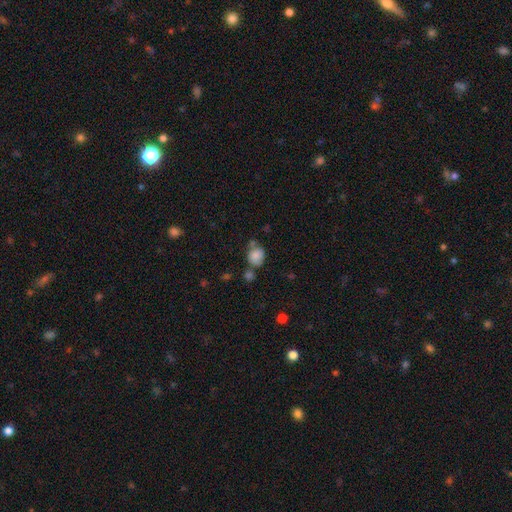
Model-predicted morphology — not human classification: smooth 82%, star or artifact 9%, featured or disk 8%. Down the decision tree: how rounded — round (66%); merging — none (56%).